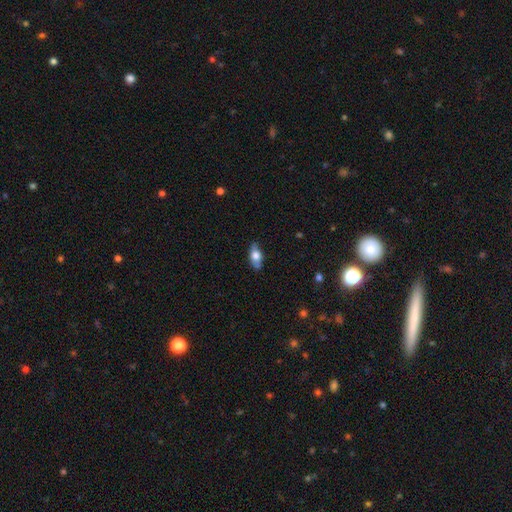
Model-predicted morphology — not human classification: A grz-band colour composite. It shows a smooth galaxy with no disk features (60%) that is in between round and cigar-shaped (82%). Merging: none (81%).